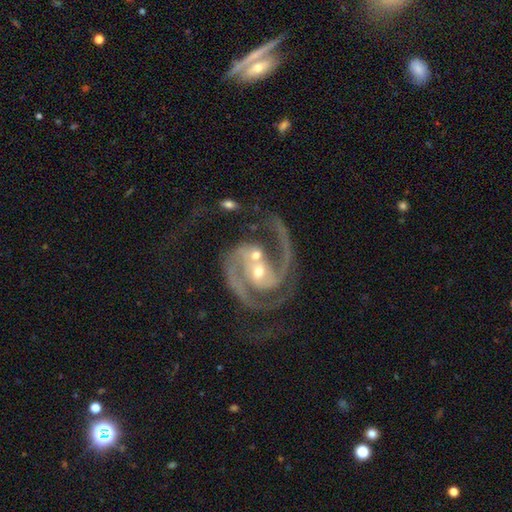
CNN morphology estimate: The model was most divided on "bulge size": moderate: 48%, small: 47%, large: 3%, none: 1%, dominant: 1%. Remaining: edge-on disk — no (98%); spiral arms — yes (98%); smooth or featured — featured or disk (91%); spiral arm count — 2 (86%); spiral winding — medium (58%); bar — no (48%); merging — none (45%).